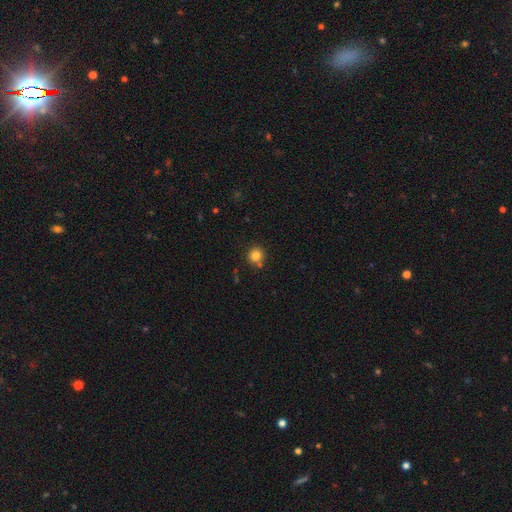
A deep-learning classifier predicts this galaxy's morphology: Smooth or featured? Predicted: smooth (p=0.82). How rounded? Predicted: round (p=0.92). Merging? Predicted: none (p=0.80).